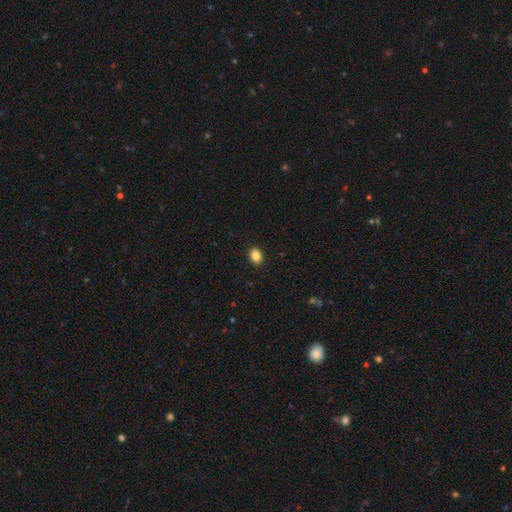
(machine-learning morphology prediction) Smooth or featured?
  - smooth: 86% *
  - star or artifact: 10%
  - featured or disk: 4%
How rounded?
  - in between: 61% *
  - round: 38%
  - cigar-shaped: 1%
Merging?
  - none: 91% *
  - minor disturbance: 7%
  - major disturbance: 2%
  - merger: 1%